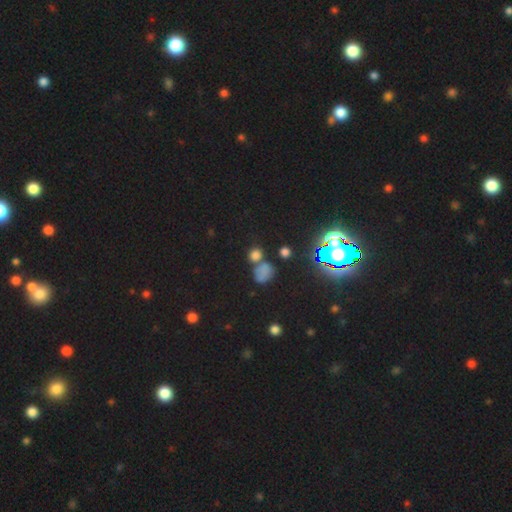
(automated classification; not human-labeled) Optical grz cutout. It shows a smooth galaxy with no disk features (58%) that is round (77%). Merging: none (57%).